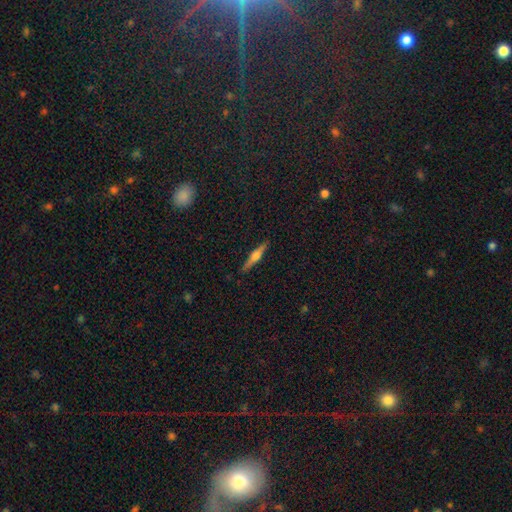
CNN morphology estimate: type=featured or disk (60%); edge-on=yes (97%); edge-on bulge=rounded (86%); merging=none (90%).